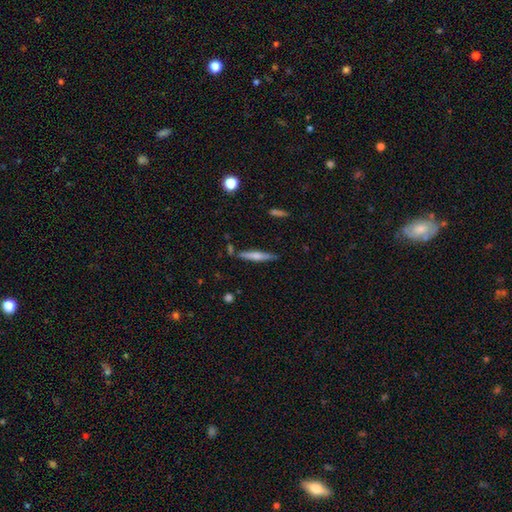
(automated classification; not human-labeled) Smooth or featured?
  - smooth: 49% *
  - featured or disk: 44%
  - star or artifact: 6%
Merging?
  - none: 83% *
  - minor disturbance: 11%
  - merger: 4%
  - major disturbance: 2%